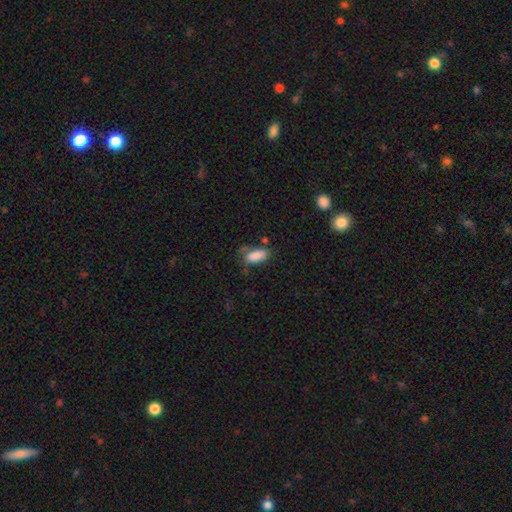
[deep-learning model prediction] This is clearly a smooth galaxy (84%). How rounded: clearly in between (86%). Merging: possibly none (52%).